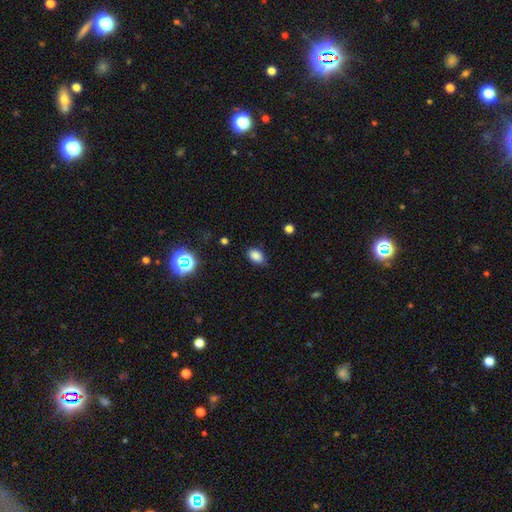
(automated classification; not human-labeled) Smooth or featured? Predicted: smooth (p=0.83). How rounded? Predicted: in between (p=0.83). Merging? Predicted: none (p=0.80).